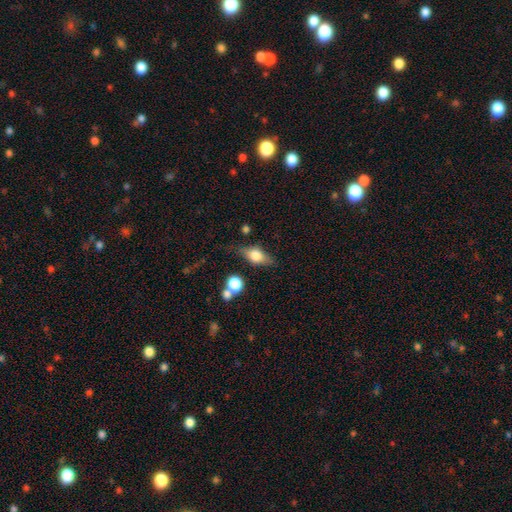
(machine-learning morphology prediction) type=smooth (55%); roundness=in between (71%); merging=none (68%).